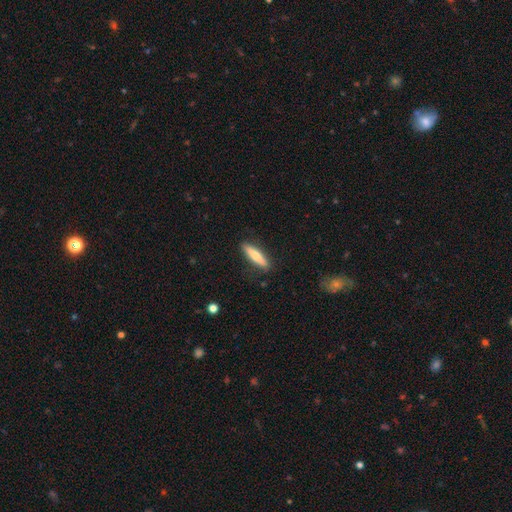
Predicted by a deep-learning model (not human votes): The model was most divided on "smooth or featured": smooth: 65%, featured or disk: 29%, star or artifact: 6%. More confident: merging — none (87%); how rounded — cigar-shaped (78%).